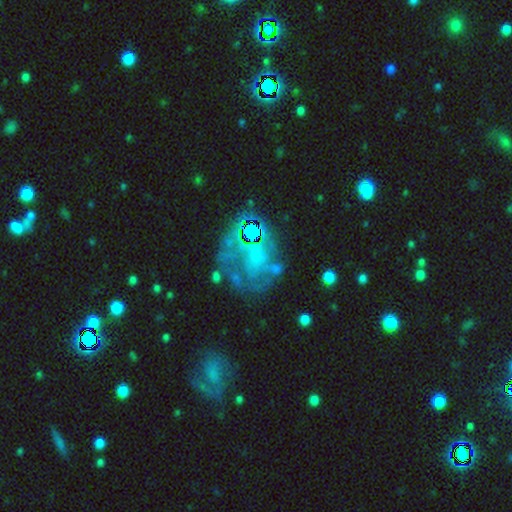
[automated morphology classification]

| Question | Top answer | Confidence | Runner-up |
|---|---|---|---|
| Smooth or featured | featured or disk | 50% | smooth (25%) |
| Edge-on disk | no | 97% | yes (3%) |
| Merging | none | 44% | major disturbance (27%) |